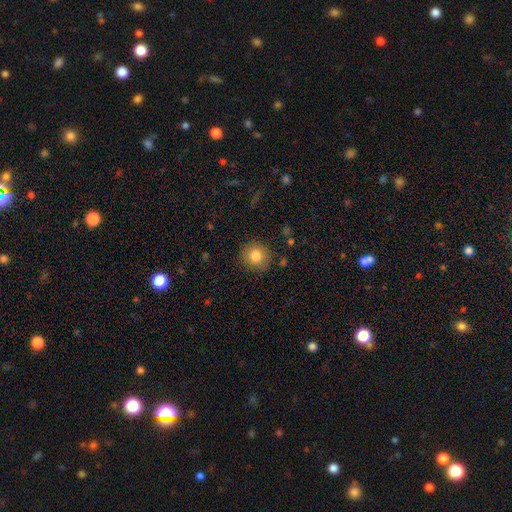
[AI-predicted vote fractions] Smooth or featured: smooth — 82% (star or artifact — 10%)
How rounded: round — 88% (in between — 11%)
Merging: none — 88% (minor disturbance — 9%)